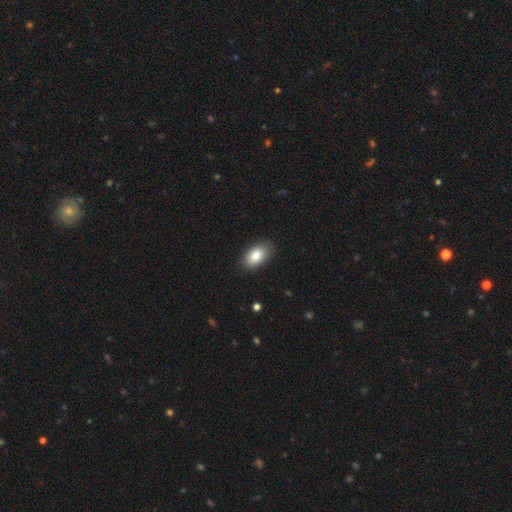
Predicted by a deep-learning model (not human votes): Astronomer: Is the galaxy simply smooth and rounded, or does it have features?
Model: smooth — 84%.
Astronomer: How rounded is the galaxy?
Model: in between — 92%.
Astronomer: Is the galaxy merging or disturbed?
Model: none — 86%.